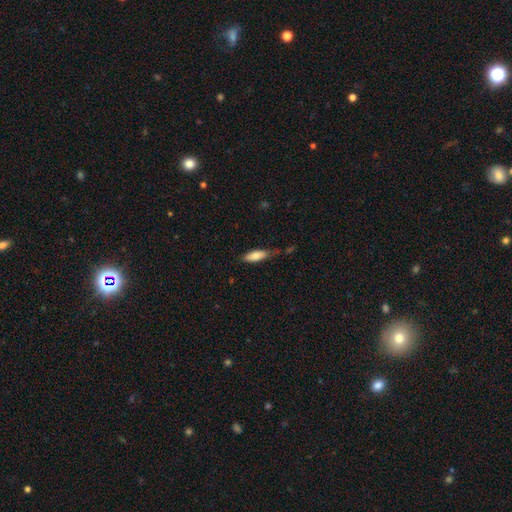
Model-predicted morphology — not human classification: A smooth galaxy with no disk features (79%) that is in between round and cigar-shaped (60%). Merging: none (54%).